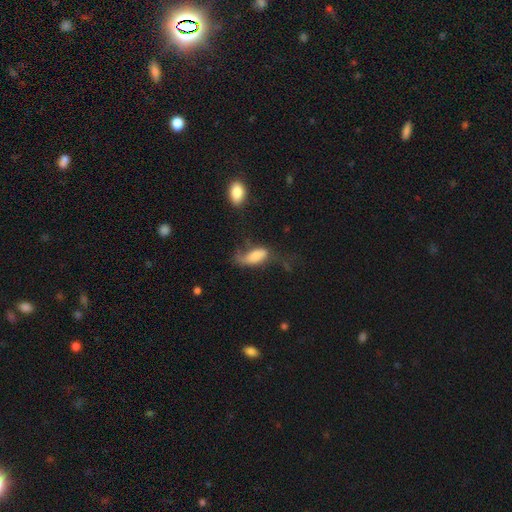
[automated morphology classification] smooth-or-featured: smooth: 68% | featured or disk: 24% | star or artifact: 8%
  how-rounded: in between: 84% | cigar-shaped: 13% | round: 3%
  merging: major disturbance: 39% | none: 28% | minor disturbance: 27% | merger: 6%